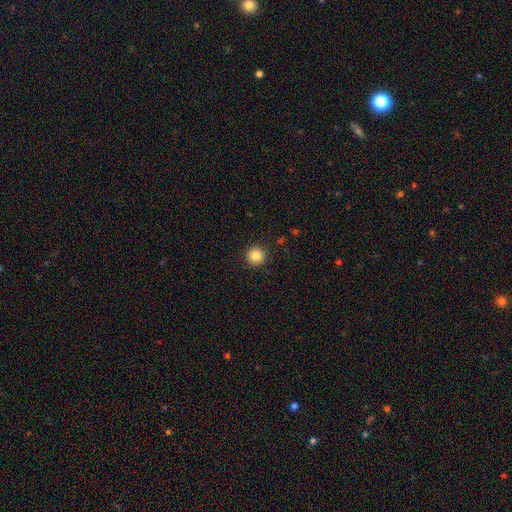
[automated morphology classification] A smooth galaxy with no disk features (85%) that is round (95%).

Vote fractions:
- Smooth or featured? smooth: 85% / star or artifact: 11% / featured or disk: 5%
- How rounded? round: 95% / in between: 4% / cigar-shaped: 1%
- Merging? none: 92% / minor disturbance: 5% / major disturbance: 2% / merger: 1%